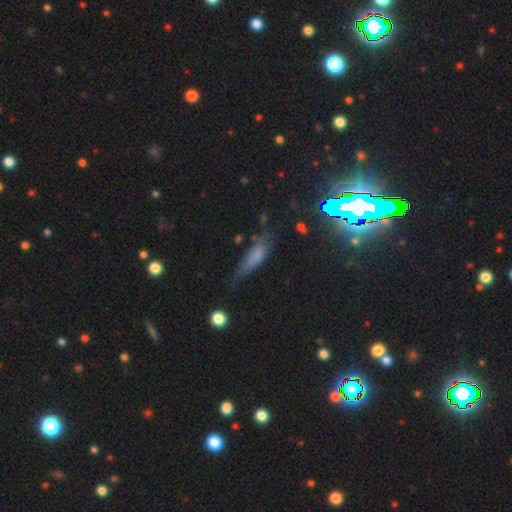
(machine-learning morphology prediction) This is likely a smooth galaxy (61%). How rounded: possibly cigar-shaped (55%). Merging: possibly none (46%).